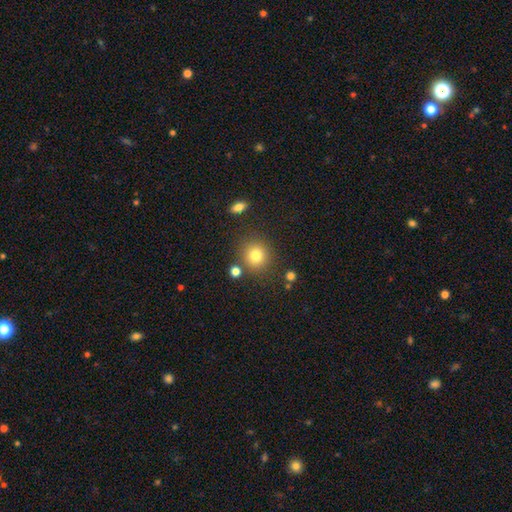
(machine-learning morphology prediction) Q: Smooth or featured?
A: smooth (80%); runner-up: star or artifact (12%)
Q: How rounded?
A: round (89%); runner-up: in between (10%)
Q: Merging?
A: none (81%); runner-up: minor disturbance (9%)